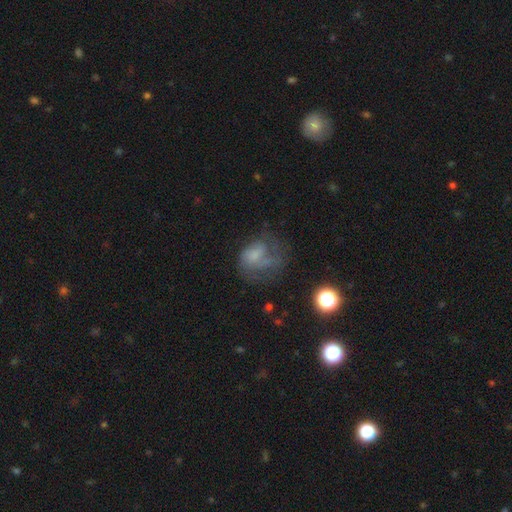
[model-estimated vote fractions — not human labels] smooth-or-featured: featured or disk: 45% | smooth: 42% | star or artifact: 13%
  merging: major disturbance: 41% | none: 32% | minor disturbance: 22% | merger: 5%